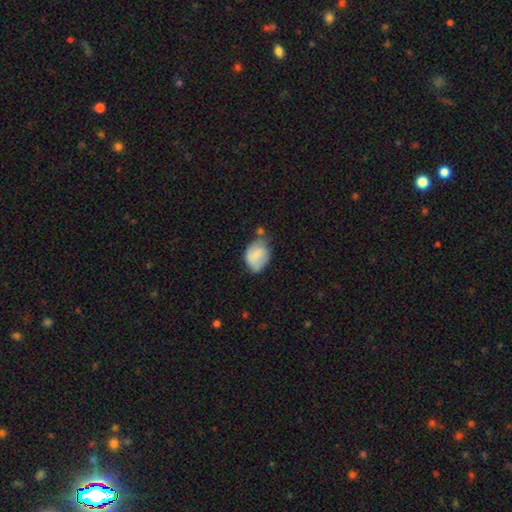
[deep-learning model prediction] The model was most divided on "merging": none: 43%, minor disturbance: 35%, merger: 12%, major disturbance: 10%. More confident: how rounded — in between (71%); smooth or featured — smooth (68%).